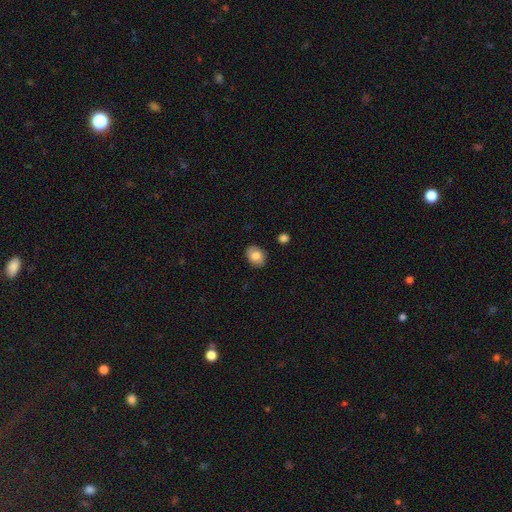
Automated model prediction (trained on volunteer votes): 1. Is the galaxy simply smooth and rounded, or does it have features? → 81% smooth, 11% featured or disk, 8% star or artifact.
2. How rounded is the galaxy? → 57% in between, 42% round, 1% cigar-shaped.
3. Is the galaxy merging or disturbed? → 87% none, 10% minor disturbance, 2% major disturbance, 2% merger.